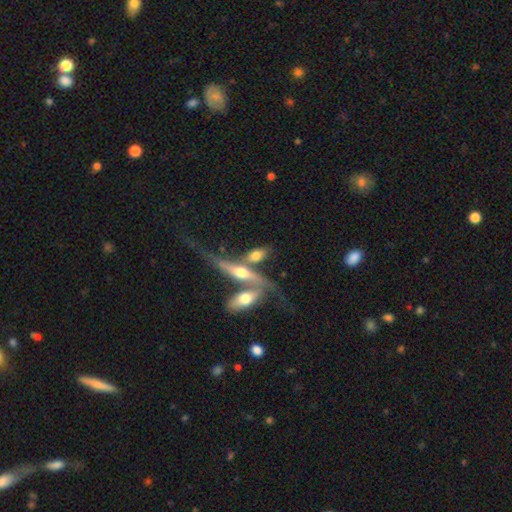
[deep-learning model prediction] Overall: featured or disk (49%; smooth 43%). Merging: merger (51%; none 30%).